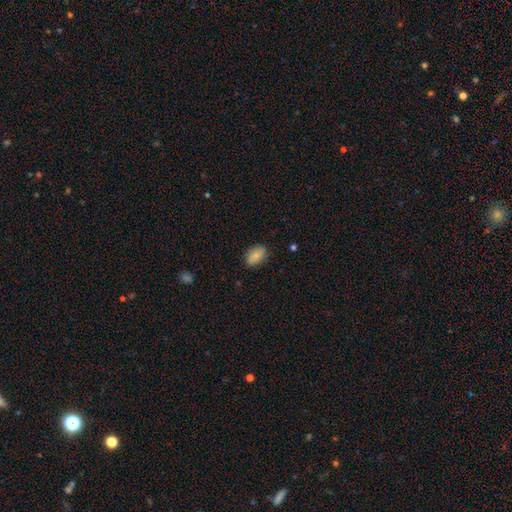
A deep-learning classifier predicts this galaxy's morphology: smooth_or_featured: smooth (p=0.80) [alt: featured or disk p=0.13]
how_rounded: in between (p=0.90) [alt: round p=0.08]
merging: none (p=0.83) [alt: minor disturbance p=0.14]